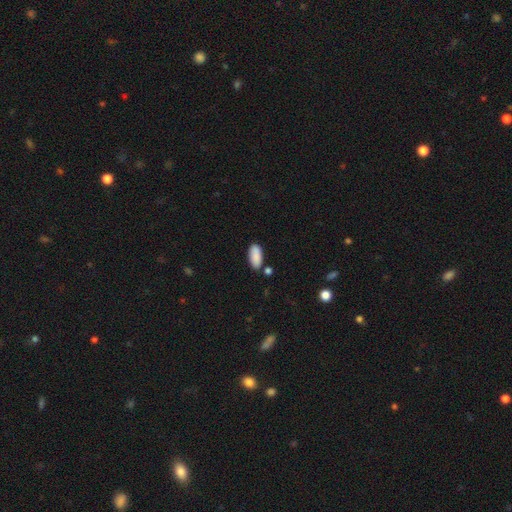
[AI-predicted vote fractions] smooth-or-featured: smooth: 88% | star or artifact: 7% | featured or disk: 5%
  how-rounded: in between: 89% | cigar-shaped: 9% | round: 2%
  merging: none: 77% | minor disturbance: 13% | merger: 7% | major disturbance: 3%